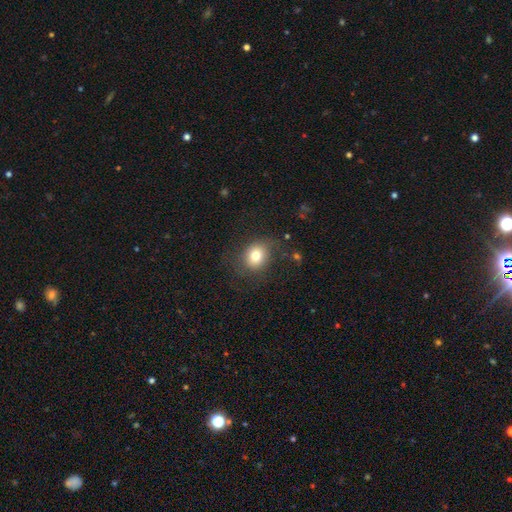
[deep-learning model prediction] This is likely a smooth galaxy (75%). How rounded: likely round (65%). Merging: likely none (70%).